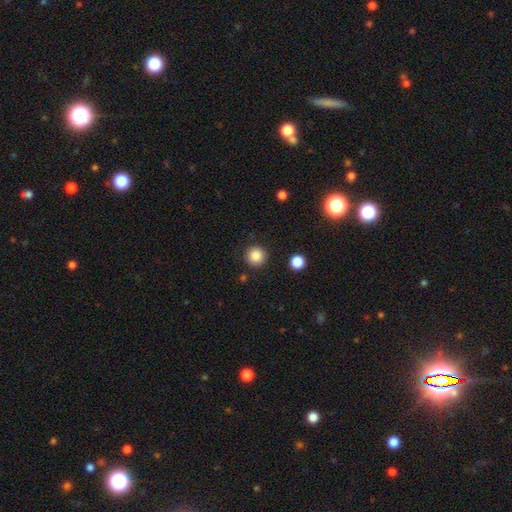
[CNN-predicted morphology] A smooth galaxy with no disk features (86%) that is round (95%). Merging: none (90%).